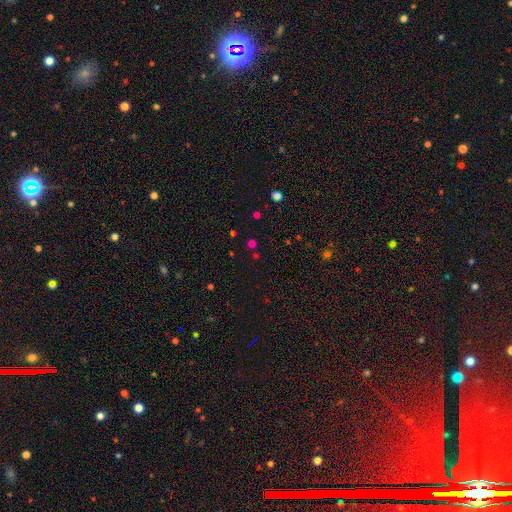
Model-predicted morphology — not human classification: smooth_or_featured: star or artifact (p=0.50) [alt: smooth p=0.44]